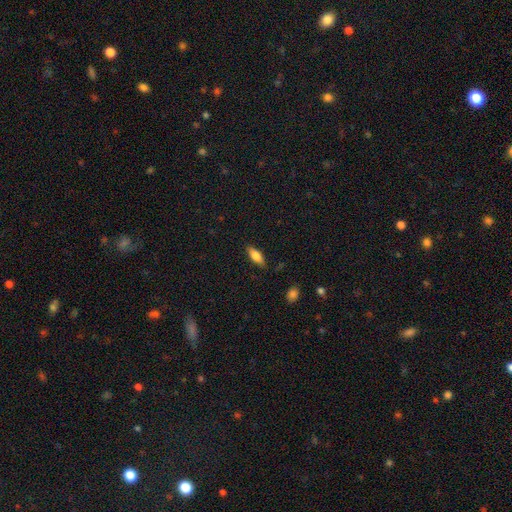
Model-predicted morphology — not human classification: A smooth galaxy with no disk features (73%) that is in between round and cigar-shaped (68%).

Vote fractions:
- Smooth or featured? smooth: 73% / featured or disk: 20% / star or artifact: 7%
- How rounded? in between: 68% / cigar-shaped: 30% / round: 2%
- Merging? none: 84% / minor disturbance: 12% / major disturbance: 3% / merger: 1%